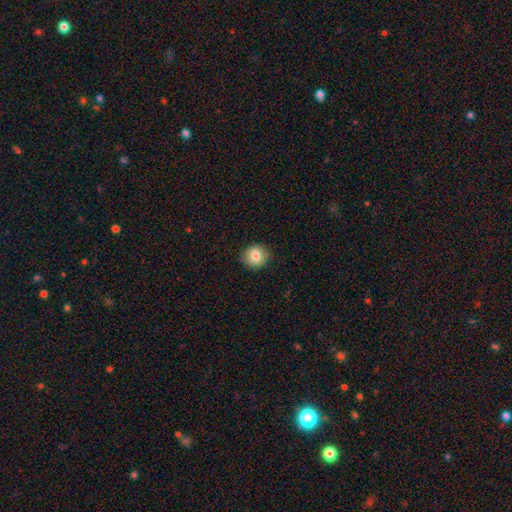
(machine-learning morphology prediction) This appears to be a smooth galaxy with no disk features (81%) that is round (81%). Merging: none (88%).